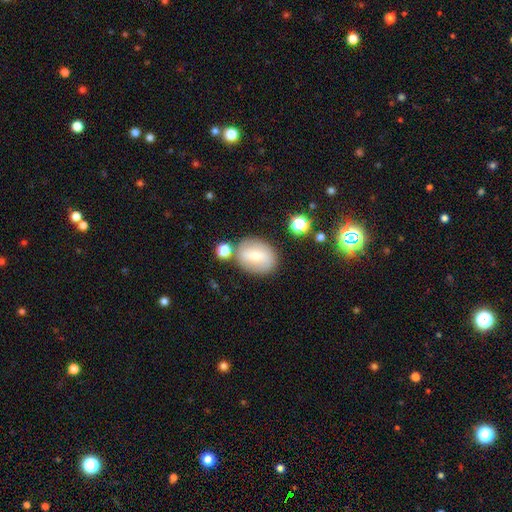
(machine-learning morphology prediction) Smooth or featured: smooth — 63% (featured or disk — 29%)
How rounded: in between — 62% (round — 37%)
Merging: none — 70% (minor disturbance — 15%)